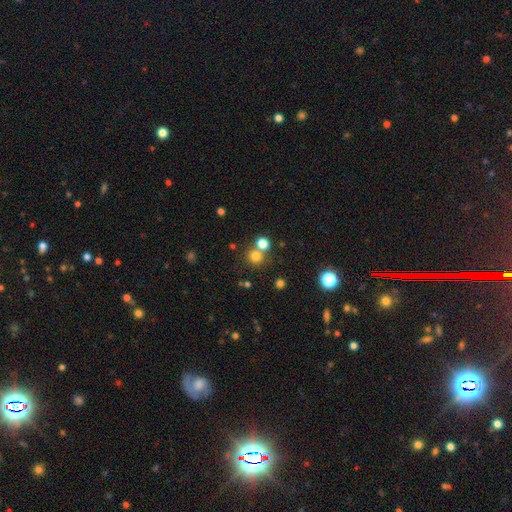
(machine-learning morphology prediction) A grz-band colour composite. It shows a smooth galaxy with no disk features (74%) that is round (91%). Merging: none (64%).